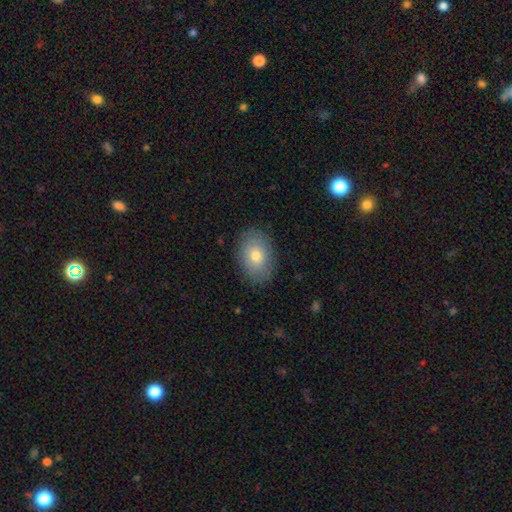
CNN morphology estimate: Smooth or featured? Predicted: smooth (p=0.76). How rounded? Predicted: in between (p=0.79). Merging? Predicted: none (p=0.87).